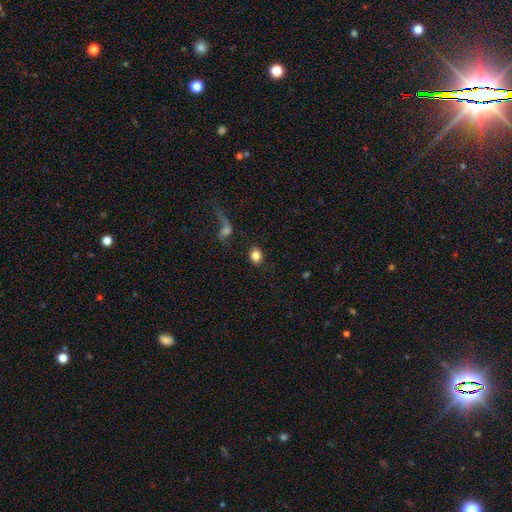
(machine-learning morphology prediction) smooth-or-featured: smooth: 84% | star or artifact: 8% | featured or disk: 8%
  how-rounded: round: 61% | in between: 38% | cigar-shaped: 1%
  merging: none: 79% | minor disturbance: 9% | merger: 6% | major disturbance: 6%